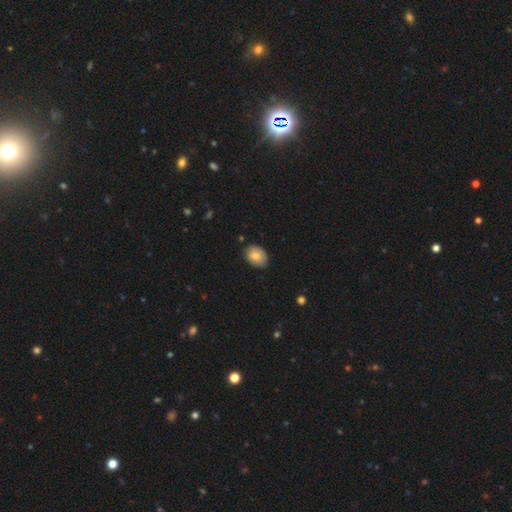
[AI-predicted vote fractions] Smooth or featured?
  - smooth: 81% *
  - featured or disk: 11%
  - star or artifact: 7%
How rounded?
  - in between: 72% *
  - round: 27%
  - cigar-shaped: 1%
Merging?
  - none: 79% *
  - minor disturbance: 18%
  - major disturbance: 2%
  - merger: 1%